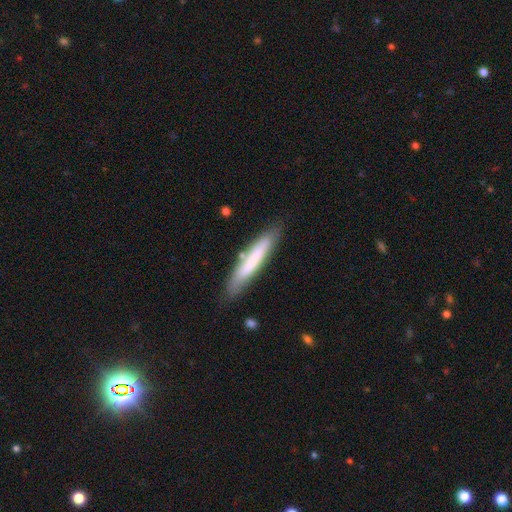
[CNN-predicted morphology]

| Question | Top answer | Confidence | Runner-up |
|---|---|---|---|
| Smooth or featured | smooth | 65% | featured or disk (28%) |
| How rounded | cigar-shaped | 92% | in between (7%) |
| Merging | none | 80% | minor disturbance (14%) |